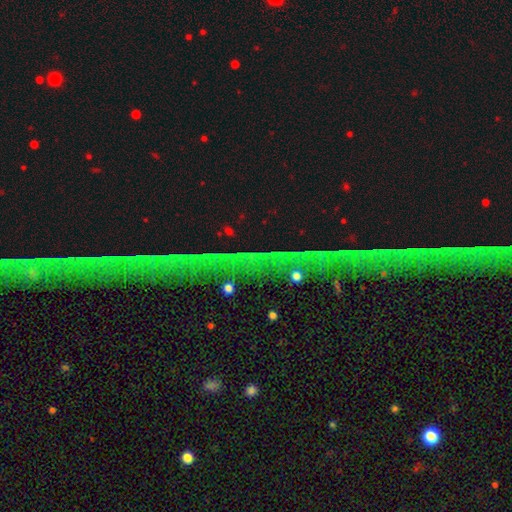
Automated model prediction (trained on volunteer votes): Q: Smooth or featured?
A: star or artifact (73%); runner-up: featured or disk (14%)